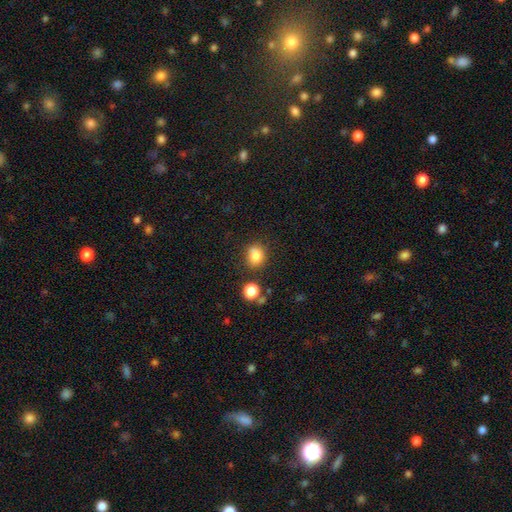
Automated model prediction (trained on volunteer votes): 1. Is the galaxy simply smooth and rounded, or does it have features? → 82% smooth, 11% star or artifact, 7% featured or disk.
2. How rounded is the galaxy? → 72% round, 27% in between, 1% cigar-shaped.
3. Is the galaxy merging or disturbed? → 77% none, 13% minor disturbance, 7% merger, 3% major disturbance.